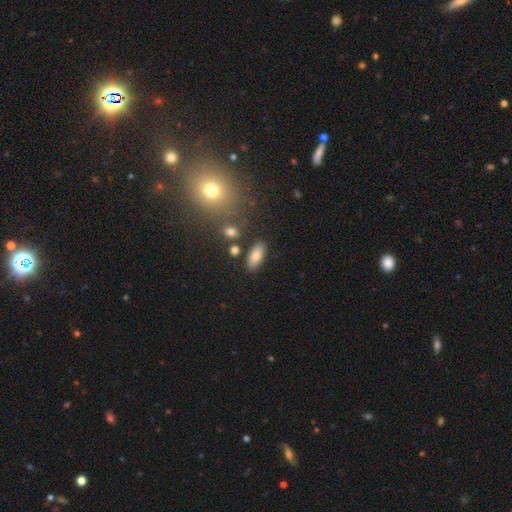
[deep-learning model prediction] A smooth galaxy with no disk features (80%) that is in between round and cigar-shaped (84%). Merging: none (83%).